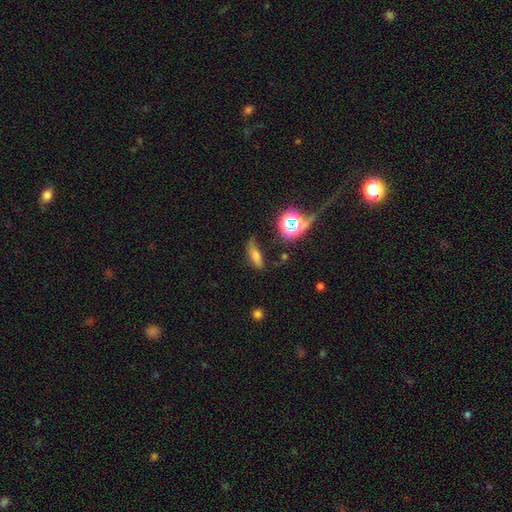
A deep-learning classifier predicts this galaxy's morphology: Q: Smooth or featured?
A: smooth (63%); runner-up: star or artifact (20%)
Q: How rounded?
A: in between (56%); runner-up: cigar-shaped (38%)
Q: Merging?
A: none (54%); runner-up: minor disturbance (28%)